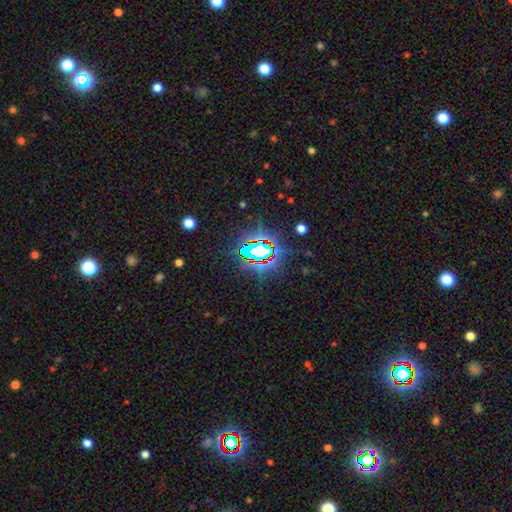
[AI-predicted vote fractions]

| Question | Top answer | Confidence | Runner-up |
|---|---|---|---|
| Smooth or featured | star or artifact | 81% | smooth (11%) |